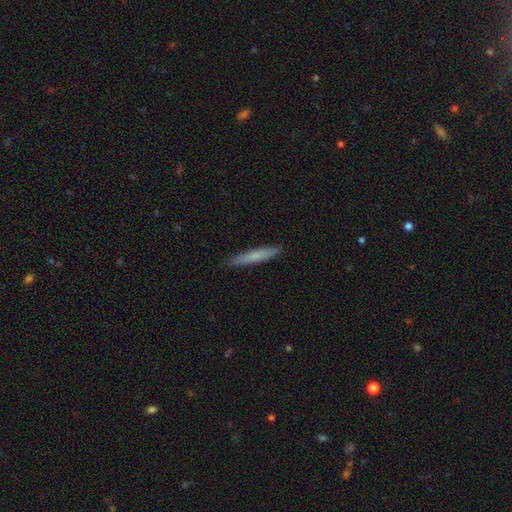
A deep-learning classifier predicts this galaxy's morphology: smooth 70%, featured or disk 24%, star or artifact 6%. Down the decision tree: how rounded — cigar-shaped (95%); merging — none (90%).